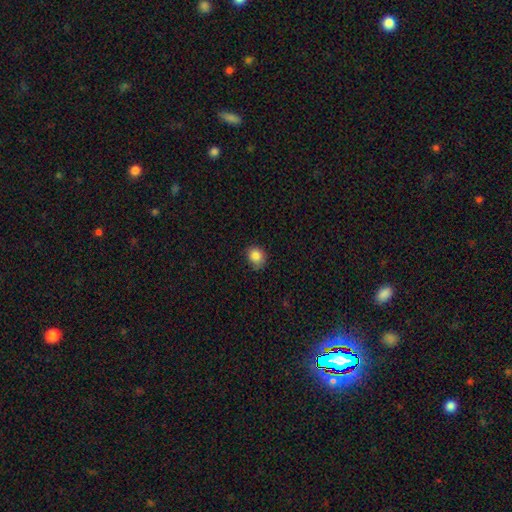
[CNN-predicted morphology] Q: Smooth or featured?
A: smooth (86%); runner-up: star or artifact (10%)
Q: How rounded?
A: round (73%); runner-up: in between (26%)
Q: Merging?
A: none (73%); runner-up: minor disturbance (22%)